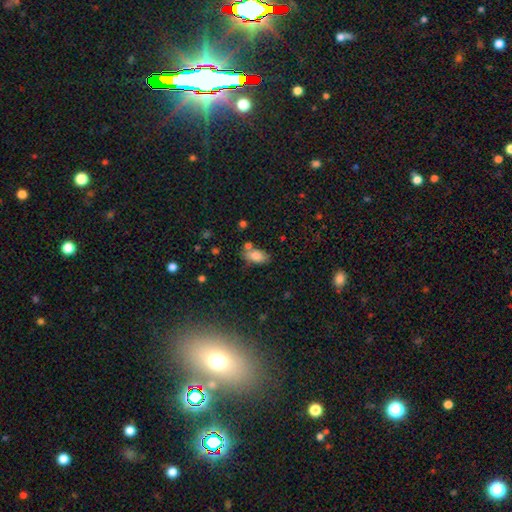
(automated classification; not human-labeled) smooth_or_featured: smooth (p=0.82) [alt: star or artifact p=0.09]
how_rounded: in between (p=0.91) [alt: round p=0.06]
merging: none (p=0.61) [alt: minor disturbance p=0.18]